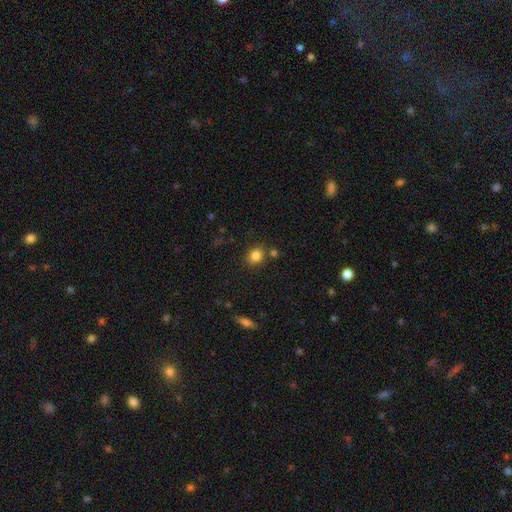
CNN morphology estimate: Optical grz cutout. It shows a smooth galaxy with no disk features (83%) that is round (67%). Merging: none (80%).